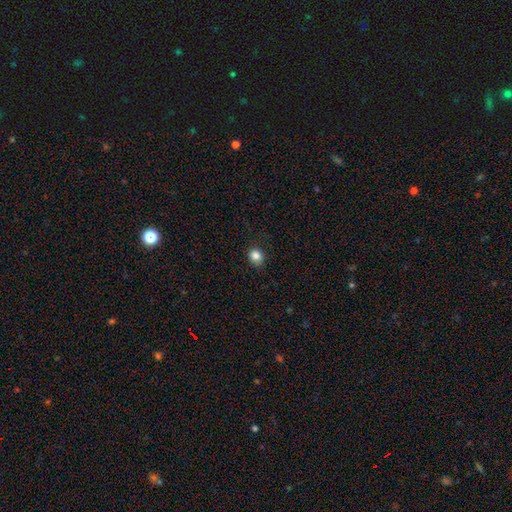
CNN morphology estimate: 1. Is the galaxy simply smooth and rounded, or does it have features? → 84% smooth, 11% star or artifact, 5% featured or disk.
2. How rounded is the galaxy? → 72% round, 27% in between, 1% cigar-shaped.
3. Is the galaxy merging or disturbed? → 83% none, 13% minor disturbance, 3% major disturbance, 1% merger.